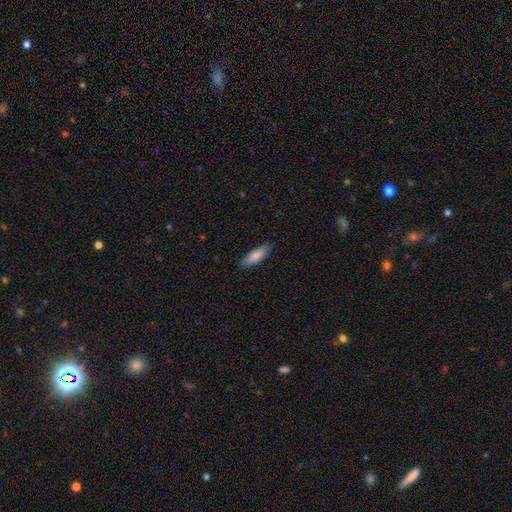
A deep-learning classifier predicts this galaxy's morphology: Smooth or featured? Predicted: smooth (p=0.83). How rounded? Predicted: cigar-shaped (p=0.50). Merging? Predicted: none (p=0.86).